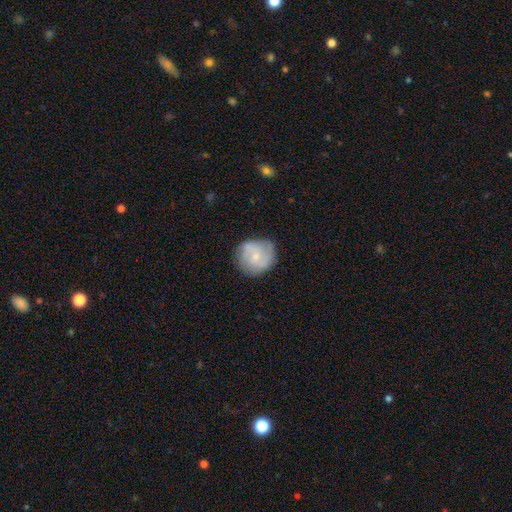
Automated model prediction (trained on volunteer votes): Smooth or featured: smooth — 48% (featured or disk — 45%)
Merging: none — 74% (minor disturbance — 19%)